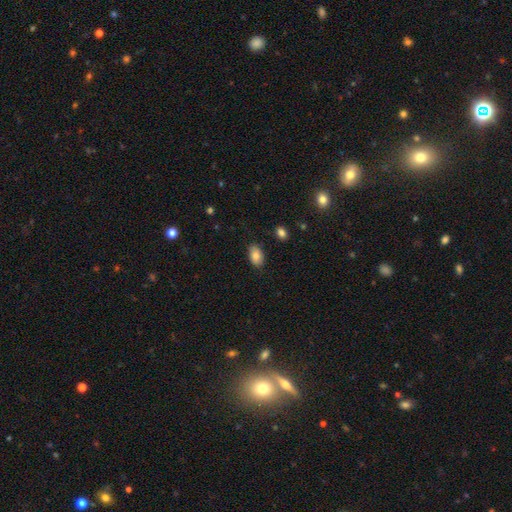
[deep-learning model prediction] This appears to be a smooth galaxy with no disk features (82%) that is in between round and cigar-shaped (92%). Merging: none (85%).